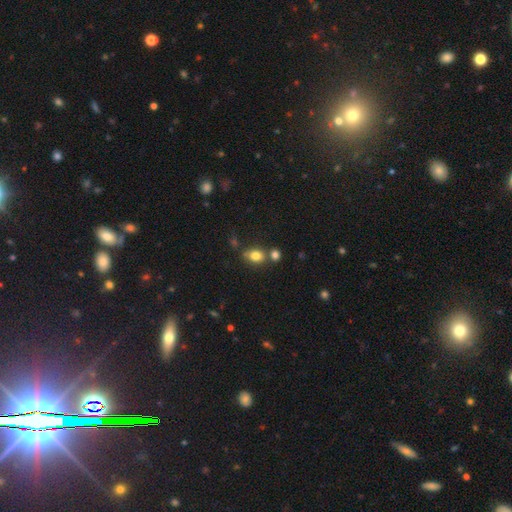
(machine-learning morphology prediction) This appears to be a smooth galaxy with no disk features (79%) that is in between round and cigar-shaped (59%). Merging: none (56%).